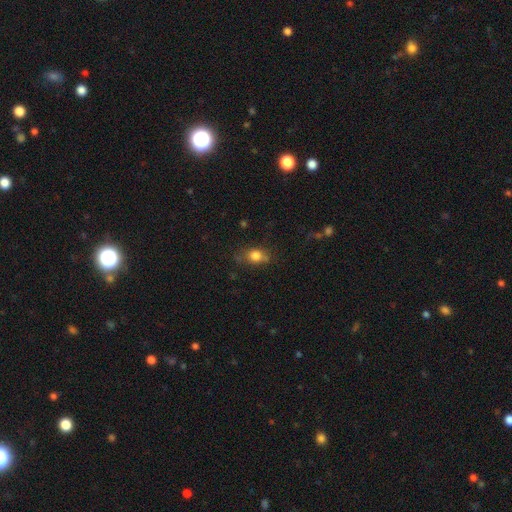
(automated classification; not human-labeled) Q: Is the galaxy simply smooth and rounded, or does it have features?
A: smooth — 79%.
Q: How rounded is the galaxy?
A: in between — 58%.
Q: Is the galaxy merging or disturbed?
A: none — 65%.